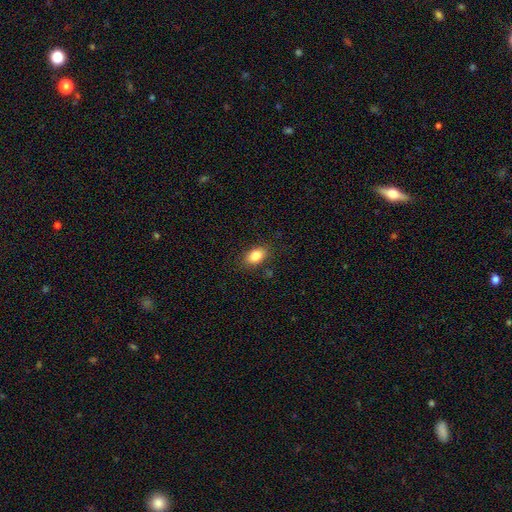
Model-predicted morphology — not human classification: Smooth or featured: smooth — 85% (star or artifact — 8%)
How rounded: in between — 86% (round — 13%)
Merging: none — 85% (minor disturbance — 10%)